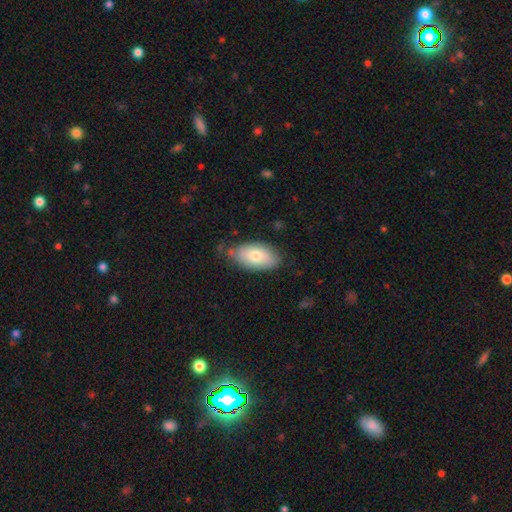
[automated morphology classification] This appears to be a smooth galaxy with no disk features (72%) that is in between round and cigar-shaped (93%). Merging: none (68%).